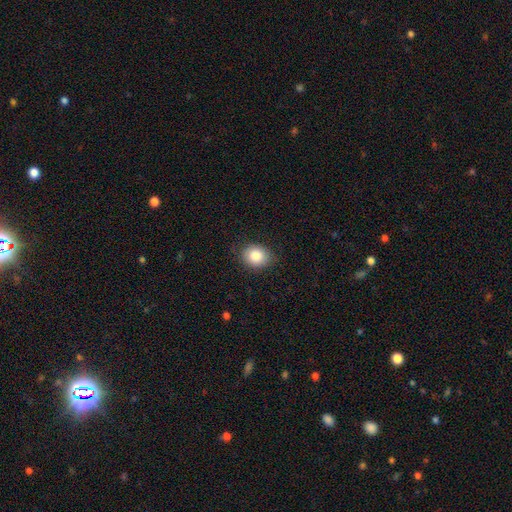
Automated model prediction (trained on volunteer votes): smooth 85%, star or artifact 8%, featured or disk 6%. Down the decision tree: how rounded — round (60%); merging — none (85%).